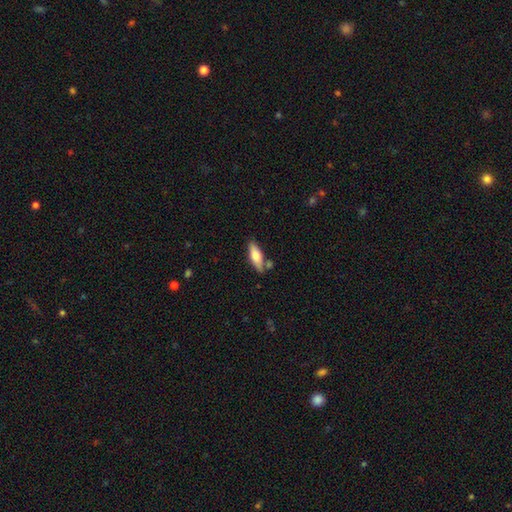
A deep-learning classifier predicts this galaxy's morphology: Smooth or featured? Predicted: smooth (p=0.65). How rounded? Predicted: in between (p=0.58). Merging? Predicted: none (p=0.74).